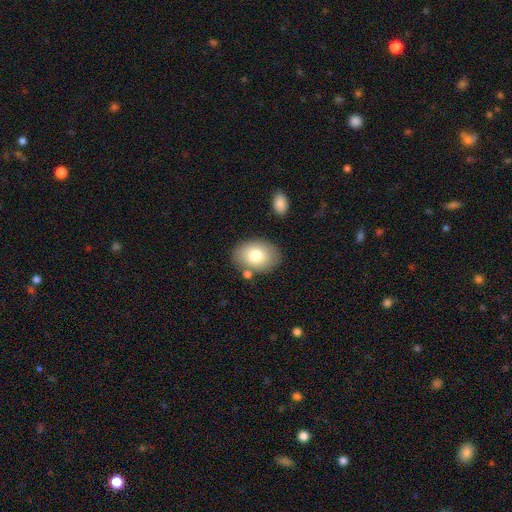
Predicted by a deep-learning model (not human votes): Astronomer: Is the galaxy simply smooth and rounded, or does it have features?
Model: smooth — 78%.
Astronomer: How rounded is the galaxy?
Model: in between — 79%.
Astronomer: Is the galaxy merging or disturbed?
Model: none — 79%.